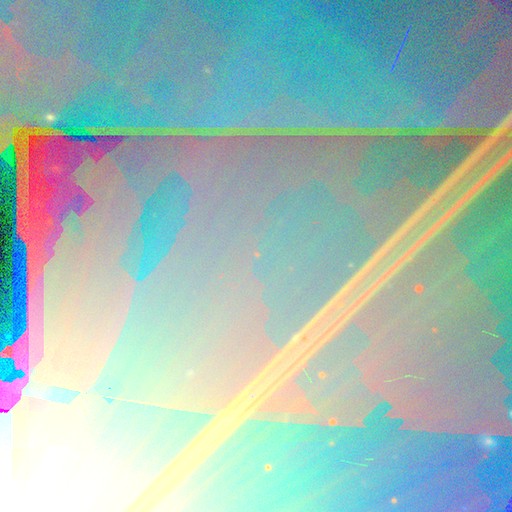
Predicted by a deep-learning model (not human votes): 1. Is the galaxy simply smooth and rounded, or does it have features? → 89% star or artifact, 6% featured or disk, 5% smooth.